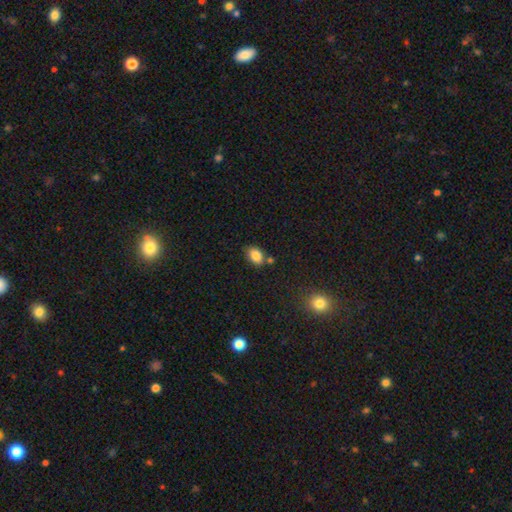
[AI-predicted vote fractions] Smooth or featured?
  - smooth: 85% *
  - star or artifact: 9%
  - featured or disk: 6%
How rounded?
  - in between: 81% *
  - round: 18%
  - cigar-shaped: 1%
Merging?
  - none: 69% *
  - minor disturbance: 17%
  - merger: 11%
  - major disturbance: 3%